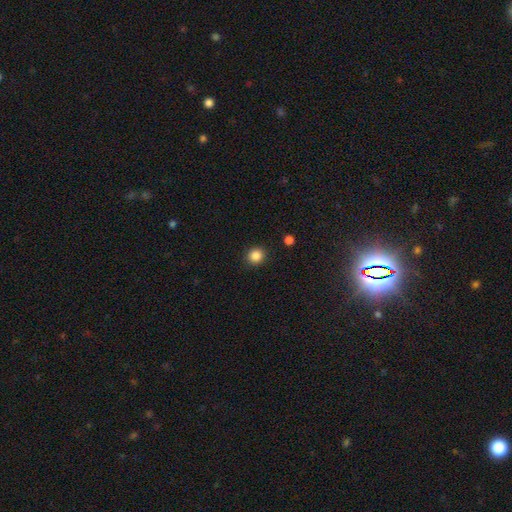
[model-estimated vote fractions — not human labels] Smooth or featured?
  - smooth: 86% *
  - star or artifact: 11%
  - featured or disk: 3%
How rounded?
  - round: 88% *
  - in between: 11%
  - cigar-shaped: 1%
Merging?
  - none: 90% *
  - minor disturbance: 6%
  - major disturbance: 2%
  - merger: 2%